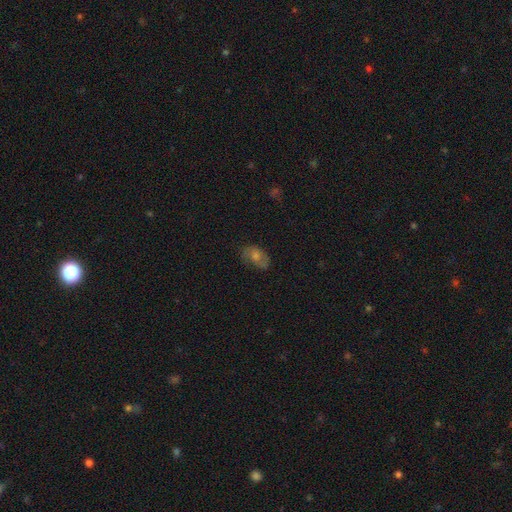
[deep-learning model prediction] Morphology: type=smooth (49%); merging=none (74%).